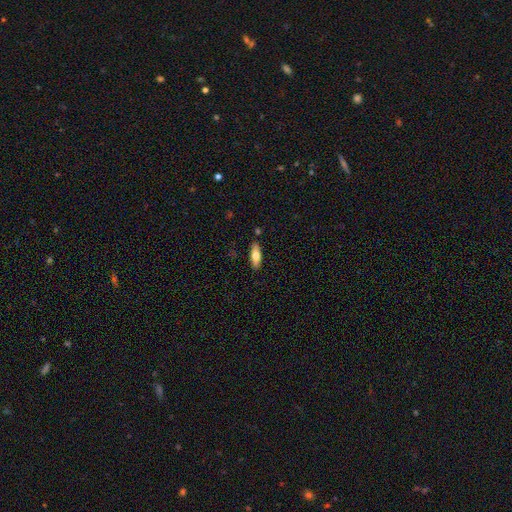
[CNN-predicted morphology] Smooth or featured: smooth — 67% (featured or disk — 27%)
How rounded: in between — 58% (cigar-shaped — 40%)
Merging: none — 86% (minor disturbance — 10%)